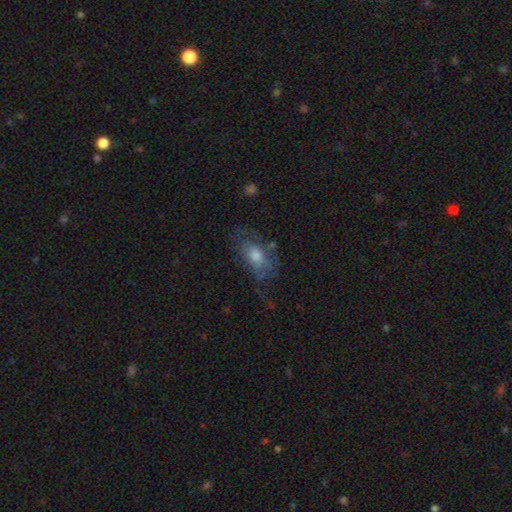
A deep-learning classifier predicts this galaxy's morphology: Q: Smooth or featured?
A: smooth (46%); runner-up: featured or disk (44%)
Q: Merging?
A: none (49%); runner-up: minor disturbance (25%)